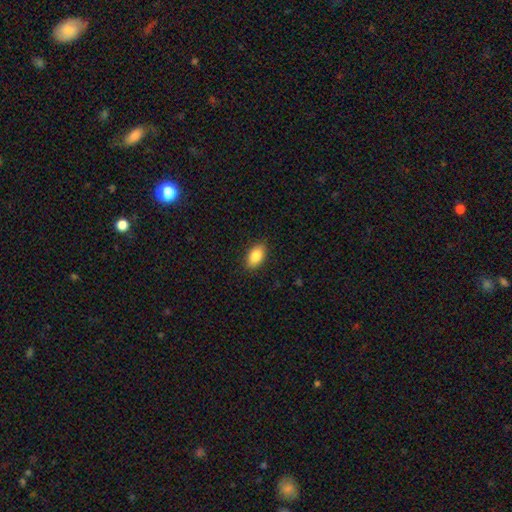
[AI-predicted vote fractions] smooth-or-featured: smooth: 86% | featured or disk: 7% | star or artifact: 7%
  how-rounded: in between: 93% | round: 5% | cigar-shaped: 3%
  merging: none: 88% | minor disturbance: 9% | major disturbance: 2% | merger: 1%